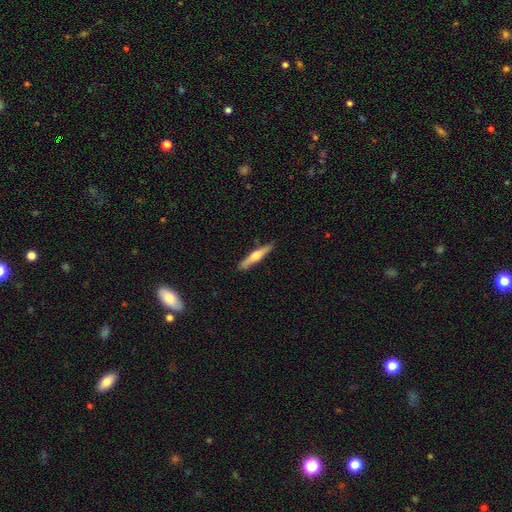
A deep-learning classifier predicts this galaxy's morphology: Overall: featured or disk (50%; smooth 44%). Edge-on disk: yes (96%). Merging: none (87%).